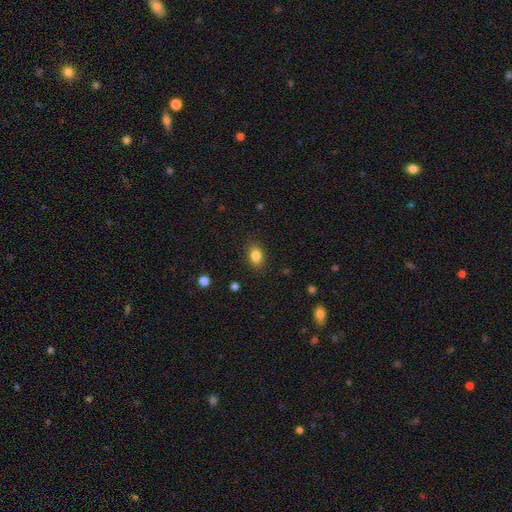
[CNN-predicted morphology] Smooth or featured?
  - smooth: 85% *
  - star or artifact: 10%
  - featured or disk: 6%
How rounded?
  - in between: 76% *
  - round: 22%
  - cigar-shaped: 1%
Merging?
  - none: 87% *
  - minor disturbance: 10%
  - major disturbance: 3%
  - merger: 1%